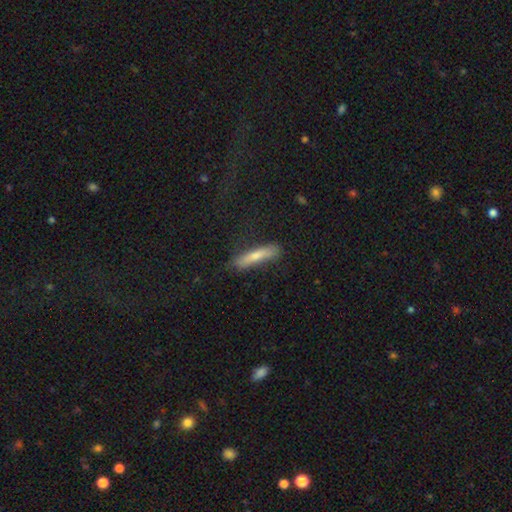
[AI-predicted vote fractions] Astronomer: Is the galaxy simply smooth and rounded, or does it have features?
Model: smooth — 63%.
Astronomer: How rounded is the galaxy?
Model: cigar-shaped — 88%.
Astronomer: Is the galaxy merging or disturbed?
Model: none — 77%.